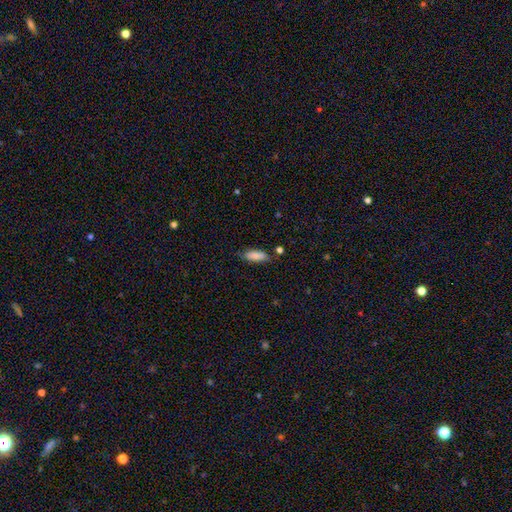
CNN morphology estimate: smooth 85%, featured or disk 8%, star or artifact 7%. Down the decision tree: how rounded — in between (68%); merging — none (72%).